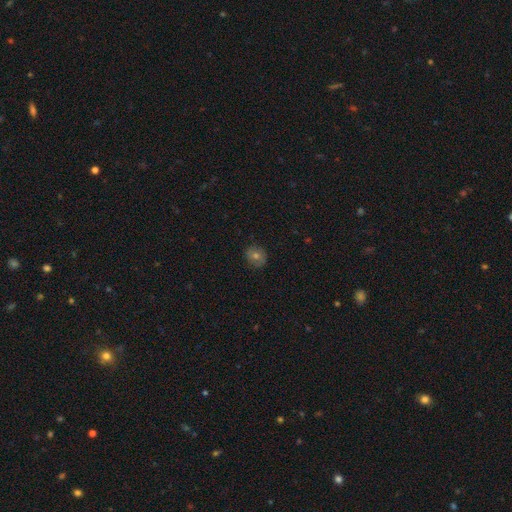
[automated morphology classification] This appears to be a smooth galaxy with no disk features (62%) that is round (80%). Merging: none (85%).